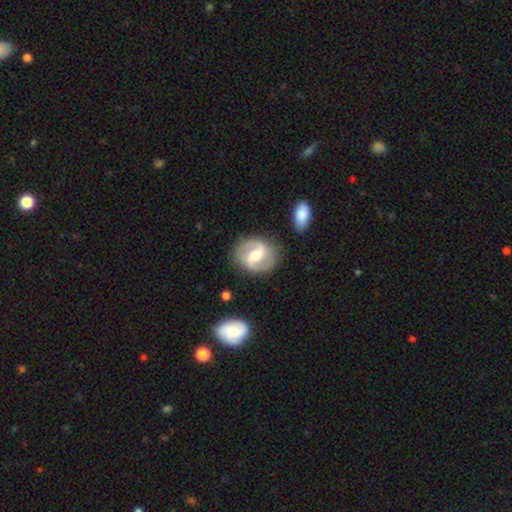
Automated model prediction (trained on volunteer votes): smooth-or-featured: featured or disk: 76% | smooth: 19% | star or artifact: 5%
  disk-edge-on: no: 97% | yes: 3%
    bar: weak: 48% | strong: 35% | no: 17%
    has-spiral-arms: yes: 89% | no: 11%
      spiral-winding: medium: 49% | loose: 33% | tight: 18%
      spiral-arm-count: 2: 90% | can't tell: 5% | 1: 2% | 3: 2% | 4: 1% | more than 4: 1%
    bulge-size: moderate: 64% | small: 22% | large: 10% | none: 2% | dominant: 1%
  merging: none: 80% | minor disturbance: 13% | major disturbance: 4% | merger: 3%